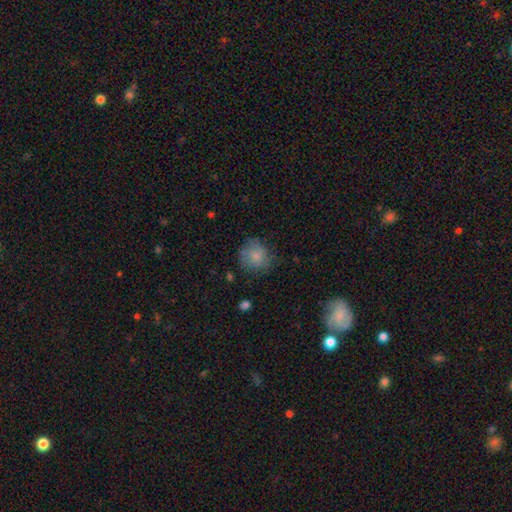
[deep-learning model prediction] Smooth or featured: smooth — 78% (featured or disk — 14%)
How rounded: round — 85% (in between — 14%)
Merging: none — 68% (minor disturbance — 22%)